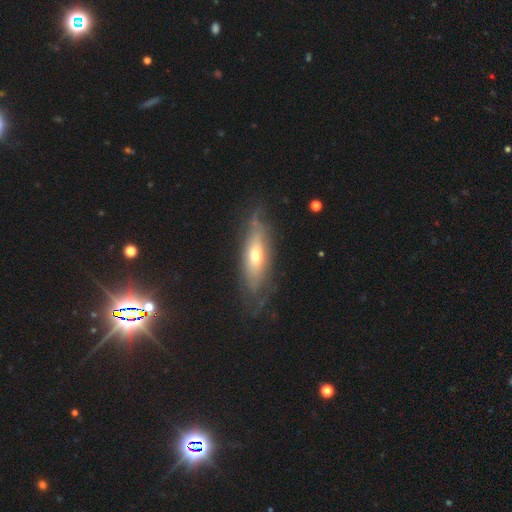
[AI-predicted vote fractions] smooth-or-featured: featured or disk: 56% | smooth: 38% | star or artifact: 6%
  disk-edge-on: no: 61% | yes: 39%
  merging: none: 64% | minor disturbance: 23% | major disturbance: 11% | merger: 2%